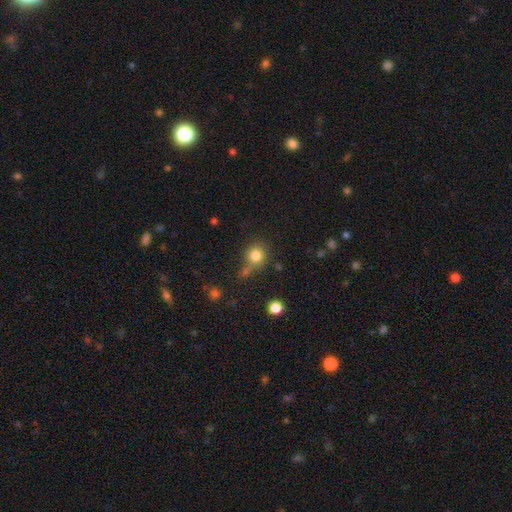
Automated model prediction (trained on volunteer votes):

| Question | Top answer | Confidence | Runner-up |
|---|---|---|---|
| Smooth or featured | smooth | 81% | star or artifact (12%) |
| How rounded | round | 88% | in between (11%) |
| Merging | none | 59% | merger (20%) |